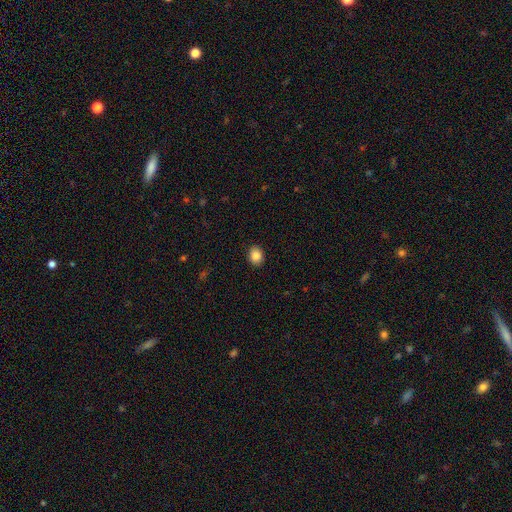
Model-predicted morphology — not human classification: Smooth or featured? smooth (86%)
How rounded? in between (53%)
Merging? none (90%)